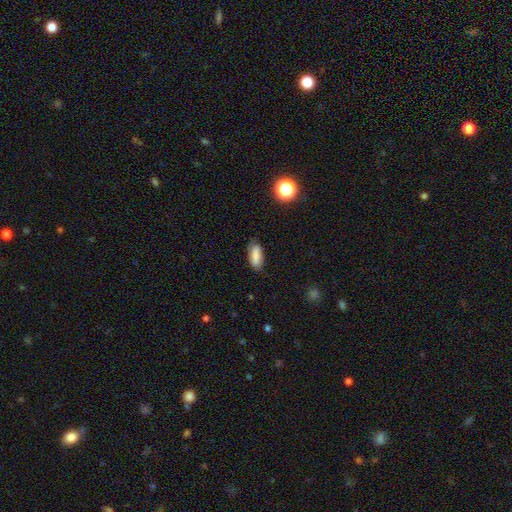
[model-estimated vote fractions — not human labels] Smooth or featured: smooth — 79% (featured or disk — 13%)
How rounded: in between — 80% (cigar-shaped — 17%)
Merging: none — 79% (minor disturbance — 17%)